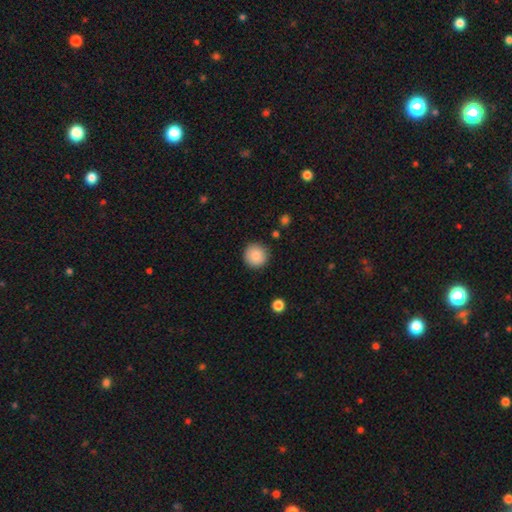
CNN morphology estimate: smooth-or-featured: smooth: 87% | star or artifact: 8% | featured or disk: 5%
  how-rounded: round: 95% | in between: 4% | cigar-shaped: 1%
  merging: none: 91% | minor disturbance: 6% | major disturbance: 2% | merger: 1%